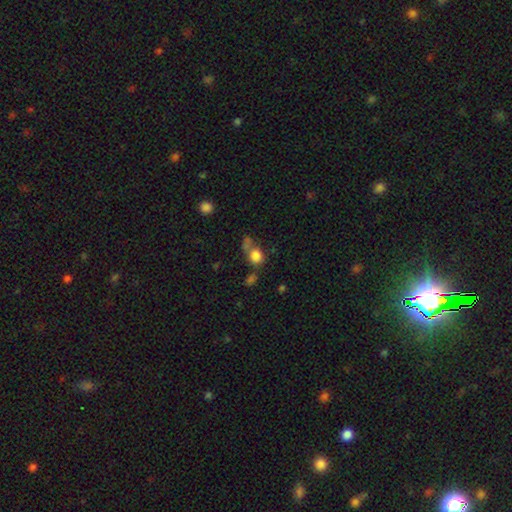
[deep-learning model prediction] The model was most divided on "merging": none: 44%, merger: 29%, minor disturbance: 14%, major disturbance: 13%. More confident: smooth or featured — smooth (79%); how rounded — round (69%).